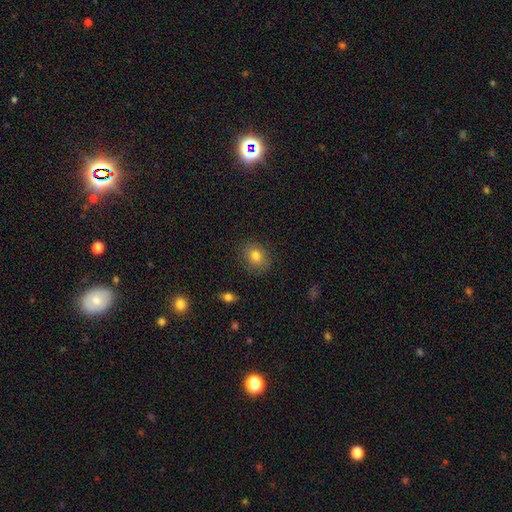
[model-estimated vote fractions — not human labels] The model was most divided on "how rounded": round: 58%, in between: 41%, cigar-shaped: 1%. More confident: merging — none (83%); smooth or featured — smooth (80%).